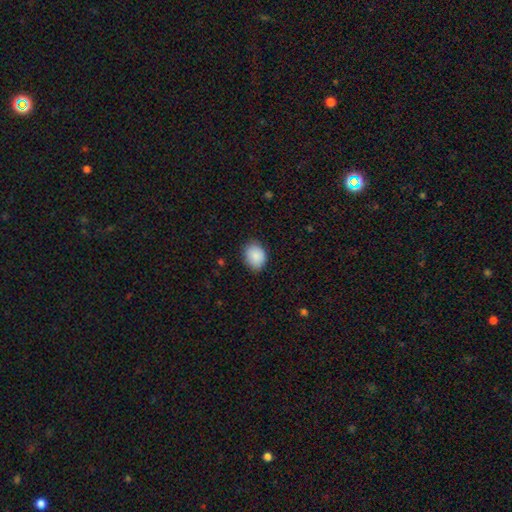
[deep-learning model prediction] Q: Smooth or featured?
A: smooth (89%); runner-up: star or artifact (7%)
Q: How rounded?
A: in between (62%); runner-up: round (37%)
Q: Merging?
A: none (83%); runner-up: minor disturbance (13%)